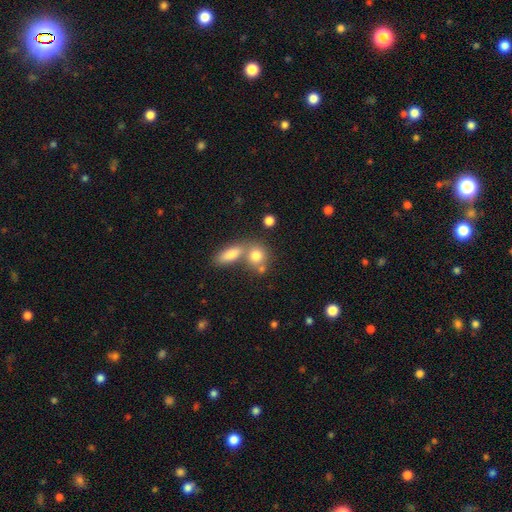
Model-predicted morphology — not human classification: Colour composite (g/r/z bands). It shows a smooth galaxy with no disk features (78%) that is round (62%). Merging: merger (43%, tied with none).